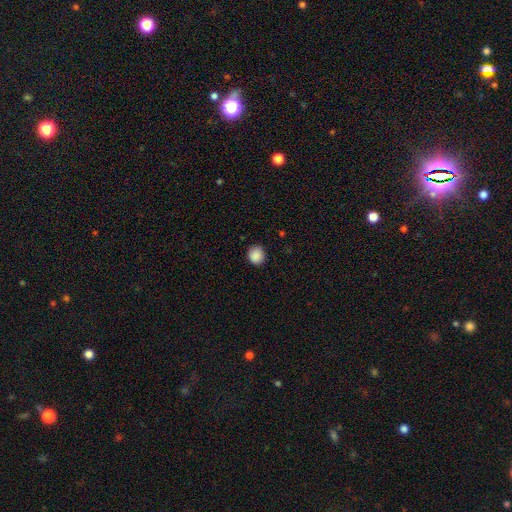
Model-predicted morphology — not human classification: A smooth galaxy with no disk features (89%) that is round (82%). Merging: none (87%).